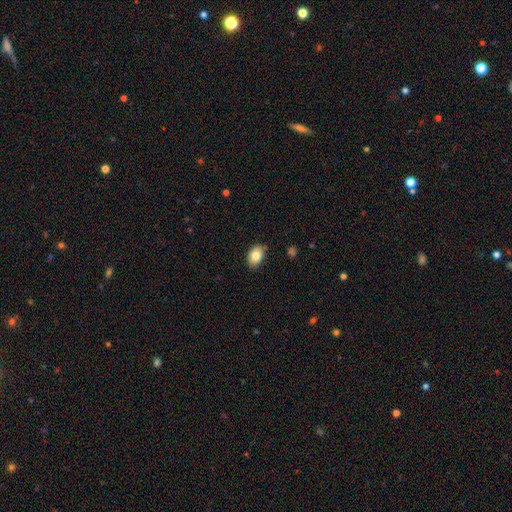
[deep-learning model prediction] This appears to be a smooth galaxy with no disk features (82%) that is in between round and cigar-shaped (87%). Merging: none (86%).